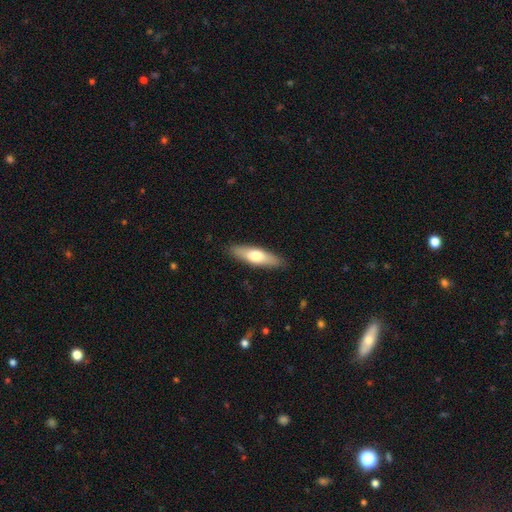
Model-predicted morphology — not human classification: Q: Smooth or featured?
A: smooth (62%); runner-up: featured or disk (33%)
Q: How rounded?
A: cigar-shaped (61%); runner-up: in between (37%)
Q: Merging?
A: none (89%); runner-up: minor disturbance (9%)